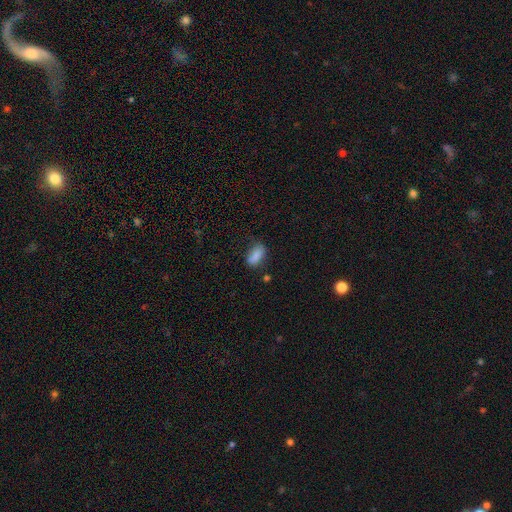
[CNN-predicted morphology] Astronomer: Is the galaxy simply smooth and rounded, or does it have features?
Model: smooth — 82%.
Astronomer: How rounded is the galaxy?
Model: in between — 85%.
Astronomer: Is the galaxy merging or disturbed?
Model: none — 62%.